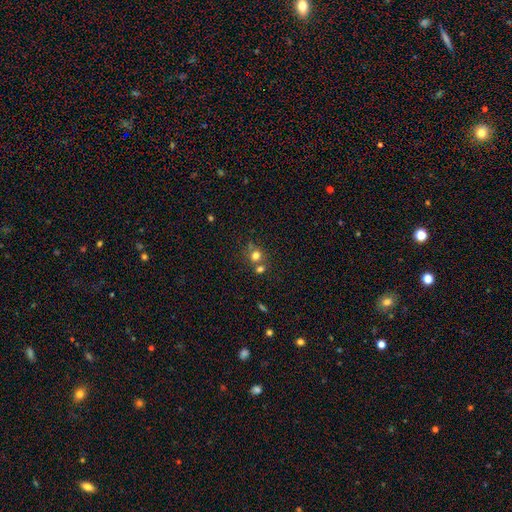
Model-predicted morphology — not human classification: Smooth or featured?
  - smooth: 72% *
  - star or artifact: 17%
  - featured or disk: 11%
How rounded?
  - round: 83% *
  - in between: 16%
  - cigar-shaped: 1%
Merging?
  - none: 56% *
  - merger: 31%
  - minor disturbance: 9%
  - major disturbance: 4%